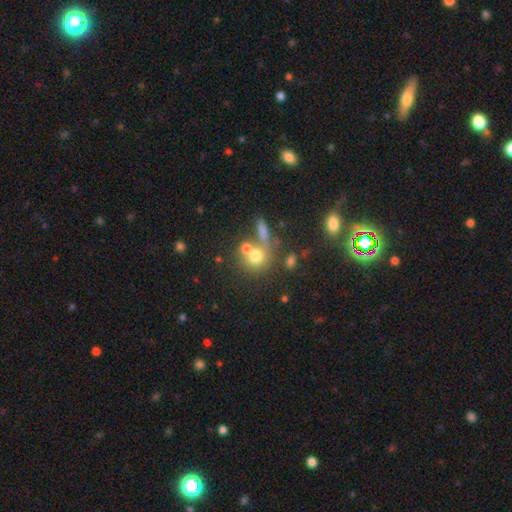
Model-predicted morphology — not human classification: A smooth galaxy with no disk features (68%) that is round (81%).

Vote fractions:
- Smooth or featured? smooth: 68% / featured or disk: 17% / star or artifact: 14%
- How rounded? round: 81% / in between: 17% / cigar-shaped: 2%
- Merging? none: 46% / merger: 38% / minor disturbance: 10% / major disturbance: 7%